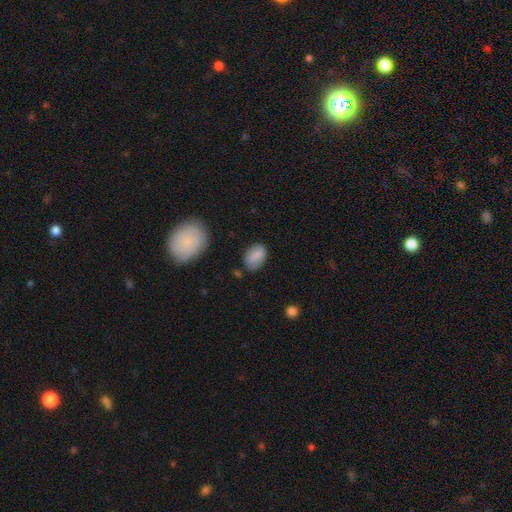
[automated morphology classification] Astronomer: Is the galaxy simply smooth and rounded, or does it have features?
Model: smooth — 83%.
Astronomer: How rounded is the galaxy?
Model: in between — 87%.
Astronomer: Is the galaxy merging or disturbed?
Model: none — 74%.